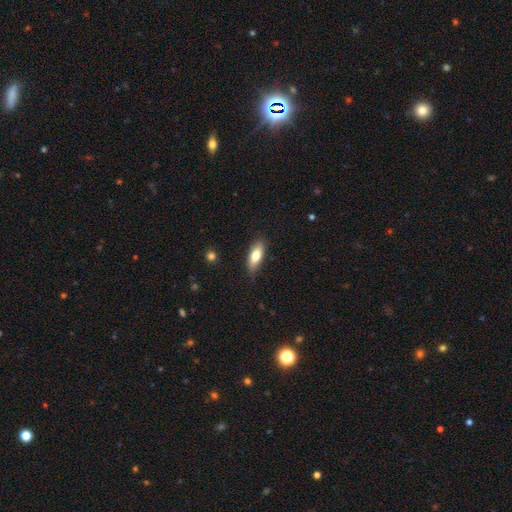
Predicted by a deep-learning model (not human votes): A smooth galaxy with no disk features (74%) that is in between round and cigar-shaped (68%).

Vote fractions:
- Smooth or featured? smooth: 74% / featured or disk: 20% / star or artifact: 7%
- How rounded? in between: 68% / cigar-shaped: 29% / round: 3%
- Merging? none: 81% / minor disturbance: 15% / major disturbance: 3% / merger: 1%